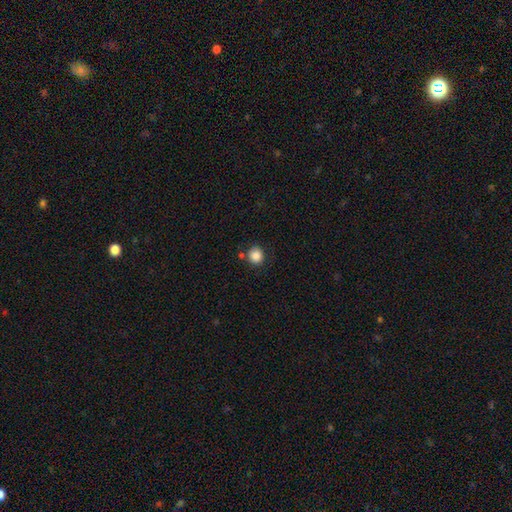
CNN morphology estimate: Overall: smooth (86%). How rounded: round (85%). Merging: none (79%).